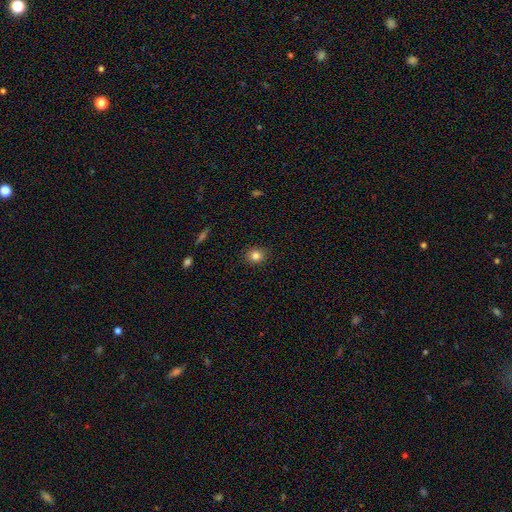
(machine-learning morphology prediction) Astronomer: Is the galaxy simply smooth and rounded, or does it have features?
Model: smooth — 82%.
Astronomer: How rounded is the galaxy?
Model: round — 76%.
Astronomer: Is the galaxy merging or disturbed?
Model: none — 89%.